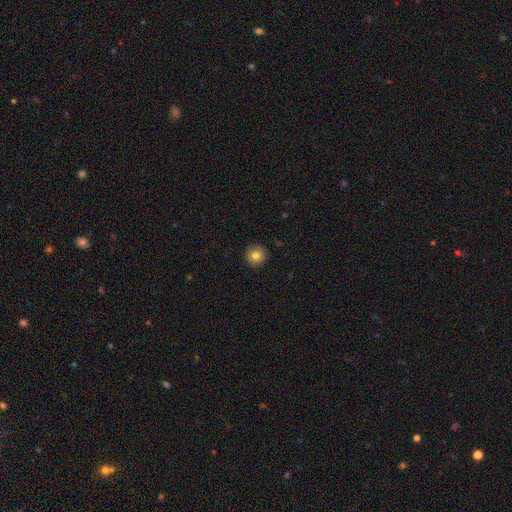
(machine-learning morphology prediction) Smooth or featured? smooth (81%)
How rounded? round (95%)
Merging? none (92%)